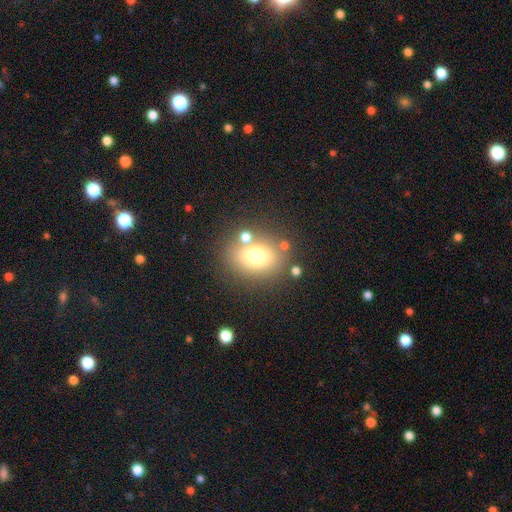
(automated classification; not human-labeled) smooth 72%, featured or disk 15%, star or artifact 13%. Down the decision tree: how rounded — in between (59%); merging — none (73%).